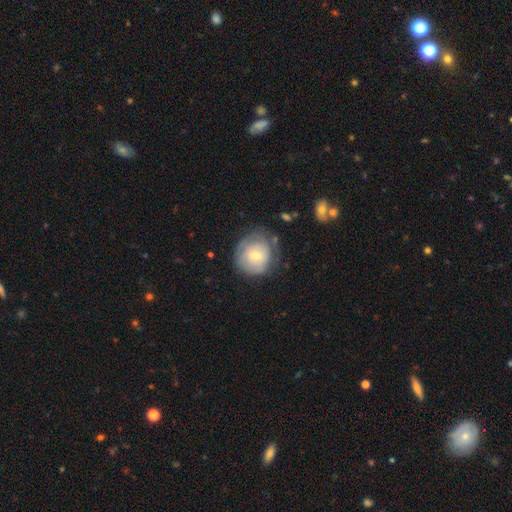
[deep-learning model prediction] Q: Smooth or featured?
A: smooth (56%); runner-up: featured or disk (37%)
Q: How rounded?
A: round (85%); runner-up: in between (14%)
Q: Merging?
A: none (62%); runner-up: minor disturbance (24%)